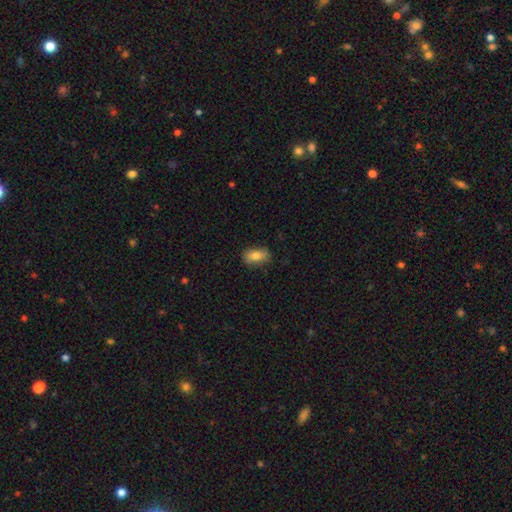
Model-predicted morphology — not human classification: The model was most divided on "merging": none: 78%, minor disturbance: 17%, major disturbance: 3%, merger: 1%. More confident: how rounded — in between (88%); smooth or featured — smooth (80%).